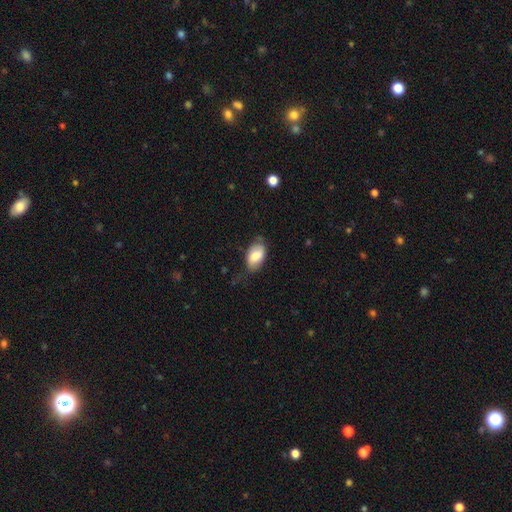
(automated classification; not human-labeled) Smooth or featured?
  - smooth: 72% *
  - featured or disk: 22%
  - star or artifact: 6%
How rounded?
  - in between: 93% *
  - round: 5%
  - cigar-shaped: 2%
Merging?
  - none: 62% *
  - minor disturbance: 28%
  - major disturbance: 8%
  - merger: 2%